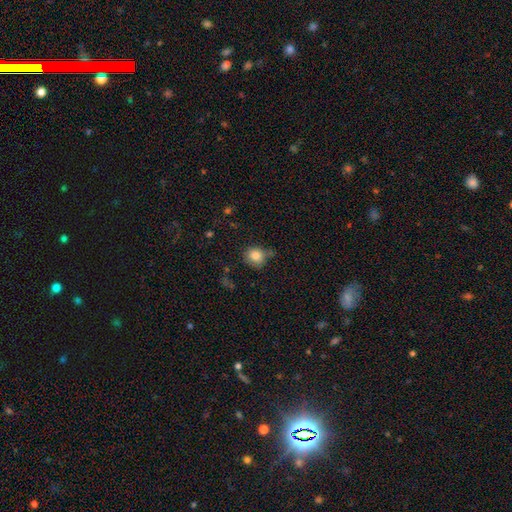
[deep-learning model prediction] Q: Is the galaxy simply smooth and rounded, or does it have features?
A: smooth — 83%.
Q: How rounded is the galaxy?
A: round — 82%.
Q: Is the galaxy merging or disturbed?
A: none — 67%.